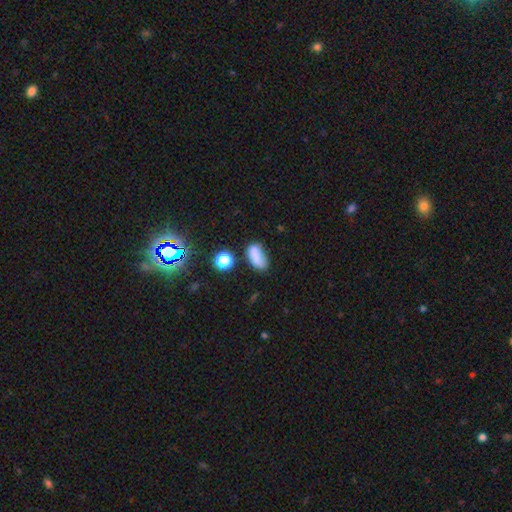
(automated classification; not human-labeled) smooth_or_featured: smooth (p=0.79) [alt: star or artifact p=0.13]
how_rounded: in between (p=0.87) [alt: round p=0.07]
merging: none (p=0.60) [alt: minor disturbance p=0.23]